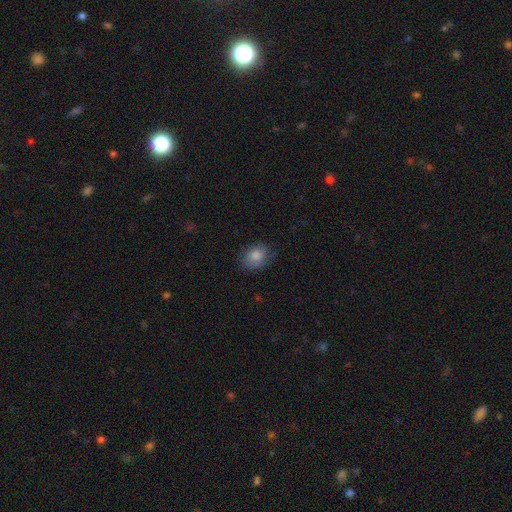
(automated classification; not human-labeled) smooth_or_featured: smooth (p=0.81) [alt: featured or disk p=0.10]
how_rounded: in between (p=0.58) [alt: round p=0.41]
merging: none (p=0.76) [alt: minor disturbance p=0.18]